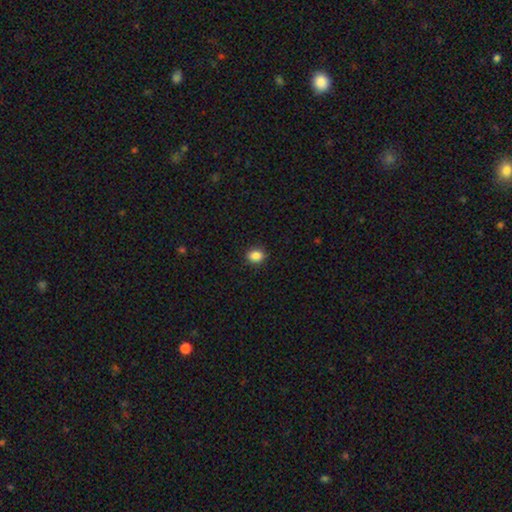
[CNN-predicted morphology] smooth_or_featured: smooth (p=0.86) [alt: star or artifact p=0.10]
how_rounded: round (p=0.54) [alt: in between p=0.45]
merging: none (p=0.90) [alt: minor disturbance p=0.07]